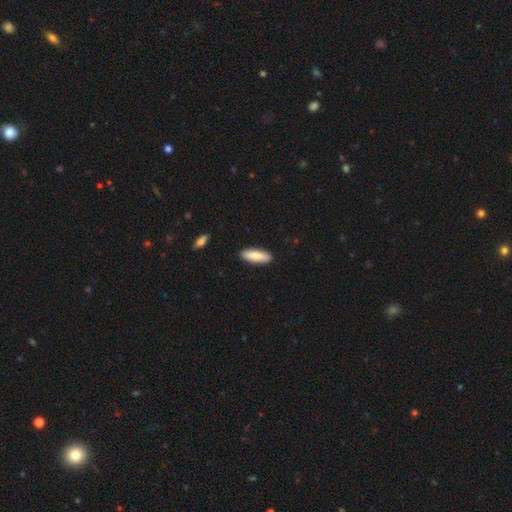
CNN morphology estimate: This is likely a smooth galaxy (80%). How rounded: likely in between (63%). Merging: clearly none (90%).